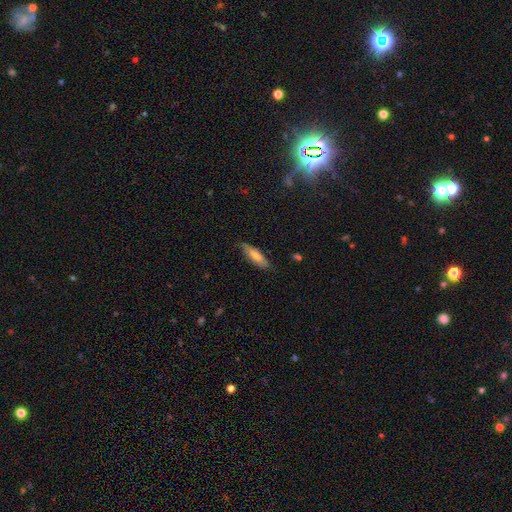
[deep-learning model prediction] A smooth galaxy with no disk features (76%) that is cigar-shaped (57%).

Vote fractions:
- Smooth or featured? smooth: 76% / featured or disk: 18% / star or artifact: 6%
- How rounded? cigar-shaped: 57% / in between: 41% / round: 2%
- Merging? none: 79% / minor disturbance: 17% / major disturbance: 3% / merger: 1%